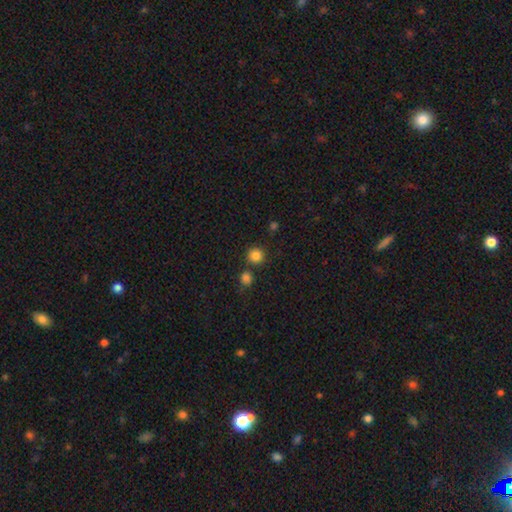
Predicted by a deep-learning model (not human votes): A smooth galaxy with no disk features (84%) that is round (93%). Merging: none (80%).